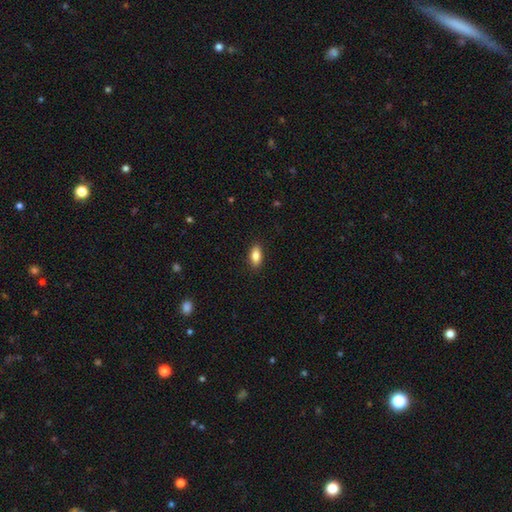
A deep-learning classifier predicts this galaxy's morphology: A smooth galaxy with no disk features (84%) that is in between round and cigar-shaped (87%).

Vote fractions:
- Smooth or featured? smooth: 84% / featured or disk: 9% / star or artifact: 7%
- How rounded? in between: 87% / cigar-shaped: 9% / round: 4%
- Merging? none: 89% / minor disturbance: 8% / major disturbance: 2% / merger: 1%